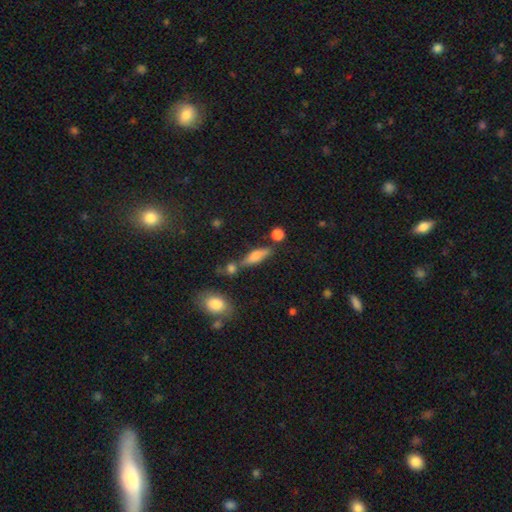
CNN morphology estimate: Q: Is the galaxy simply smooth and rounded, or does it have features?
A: smooth — 62%.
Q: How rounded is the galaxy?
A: cigar-shaped — 61%.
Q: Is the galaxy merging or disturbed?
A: none — 65%.